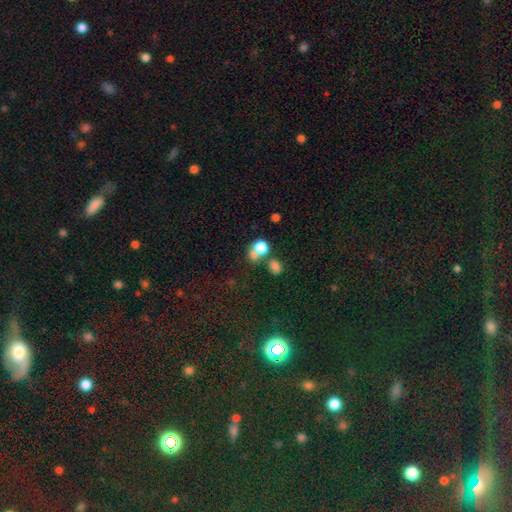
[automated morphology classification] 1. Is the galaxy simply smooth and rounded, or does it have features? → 61% star or artifact, 29% smooth, 10% featured or disk.